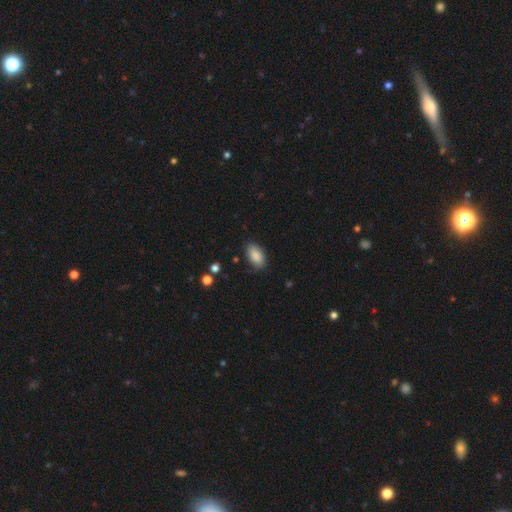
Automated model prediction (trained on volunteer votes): The model was most divided on "merging": none: 81%, minor disturbance: 14%, major disturbance: 3%, merger: 1%. More confident: how rounded — in between (93%); smooth or featured — smooth (88%).